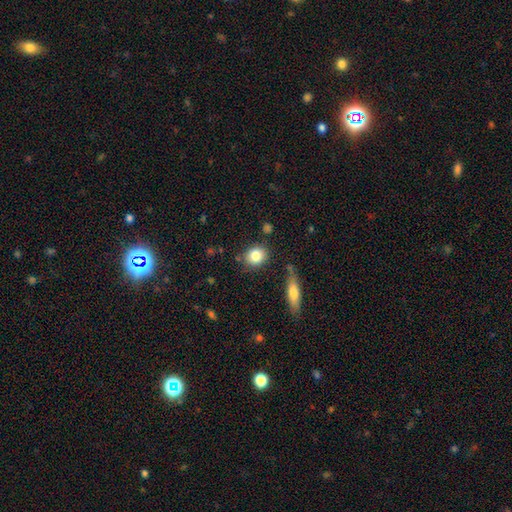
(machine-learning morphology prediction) Q: Smooth or featured?
A: smooth (83%); runner-up: featured or disk (9%)
Q: How rounded?
A: round (66%); runner-up: in between (32%)
Q: Merging?
A: none (80%); runner-up: minor disturbance (12%)